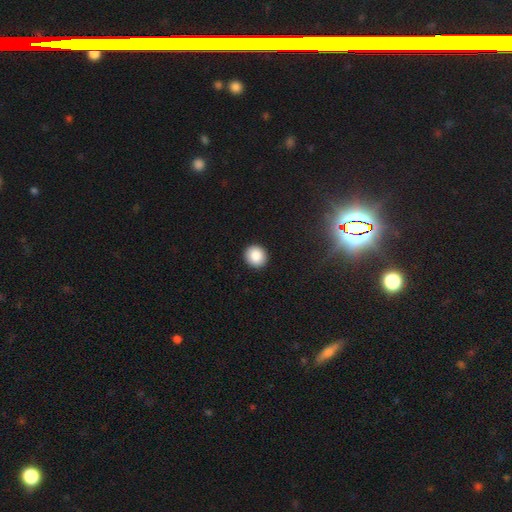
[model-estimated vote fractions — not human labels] smooth_or_featured: smooth (p=0.88) [alt: star or artifact p=0.08]
how_rounded: round (p=0.87) [alt: in between p=0.12]
merging: none (p=0.92) [alt: minor disturbance p=0.05]